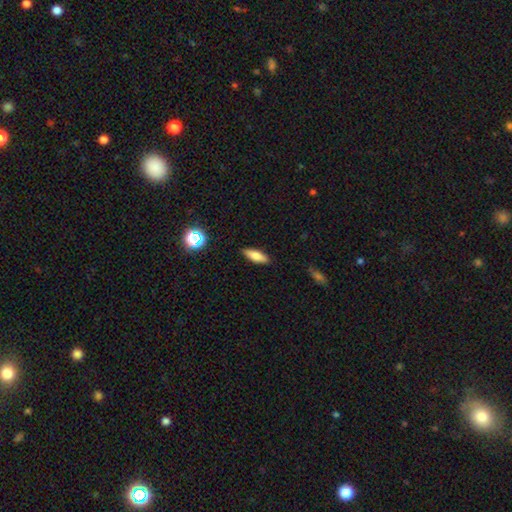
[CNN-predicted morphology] smooth_or_featured: smooth (p=0.74) [alt: featured or disk p=0.17]
how_rounded: in between (p=0.56) [alt: cigar-shaped p=0.42]
merging: none (p=0.88) [alt: minor disturbance p=0.09]